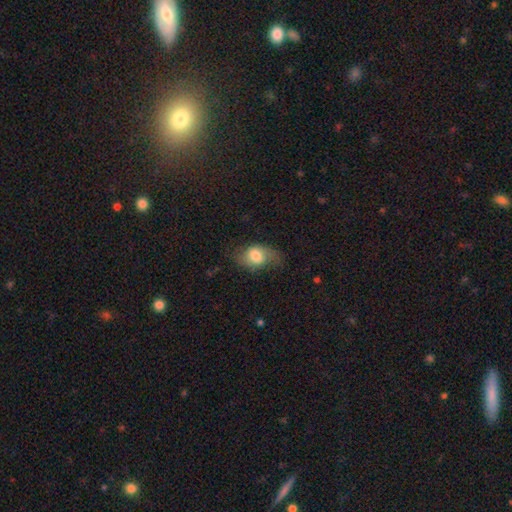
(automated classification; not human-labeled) smooth_or_featured: smooth (p=0.68) [alt: featured or disk p=0.24]
how_rounded: in between (p=0.78) [alt: round p=0.20]
merging: none (p=0.55) [alt: minor disturbance p=0.28]